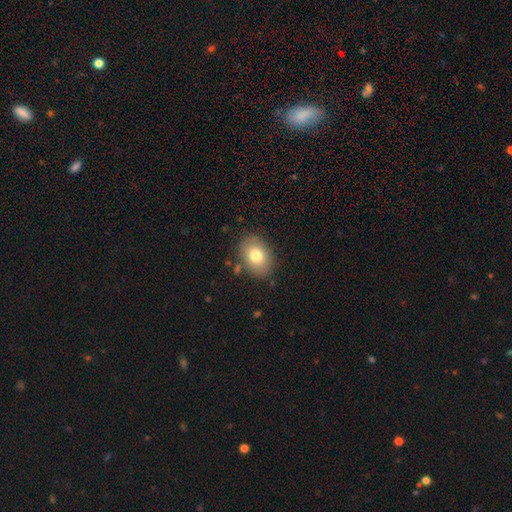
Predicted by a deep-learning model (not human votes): Q: Smooth or featured?
A: smooth (77%); runner-up: featured or disk (15%)
Q: How rounded?
A: in between (75%); runner-up: round (24%)
Q: Merging?
A: none (84%); runner-up: minor disturbance (11%)